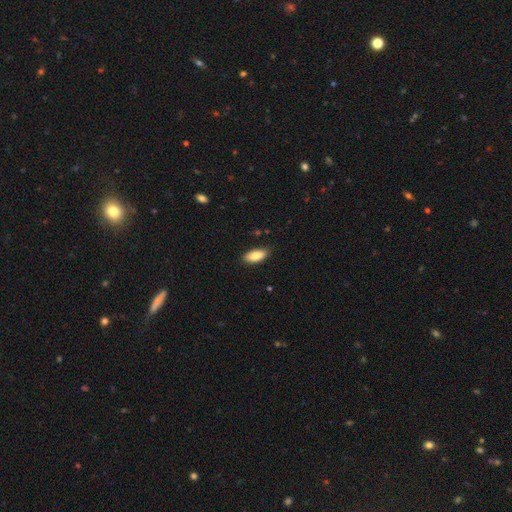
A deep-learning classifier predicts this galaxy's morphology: The model was most divided on "how rounded": in between: 85%, cigar-shaped: 13%, round: 2%. More confident: merging — none (86%); smooth or featured — smooth (84%).